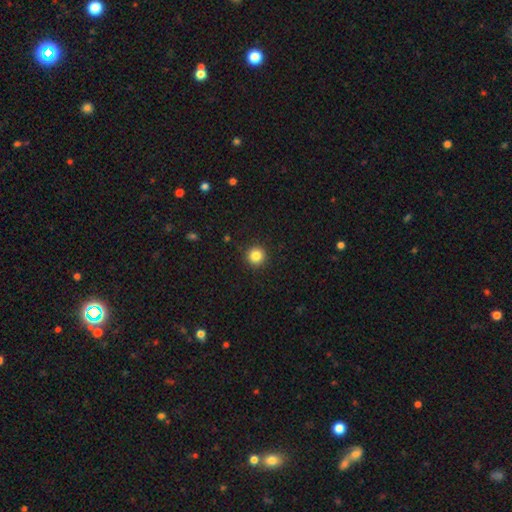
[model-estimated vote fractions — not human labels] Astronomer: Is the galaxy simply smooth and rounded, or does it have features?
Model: smooth — 84%.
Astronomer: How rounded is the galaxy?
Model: round — 96%.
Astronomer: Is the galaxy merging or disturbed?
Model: none — 93%.